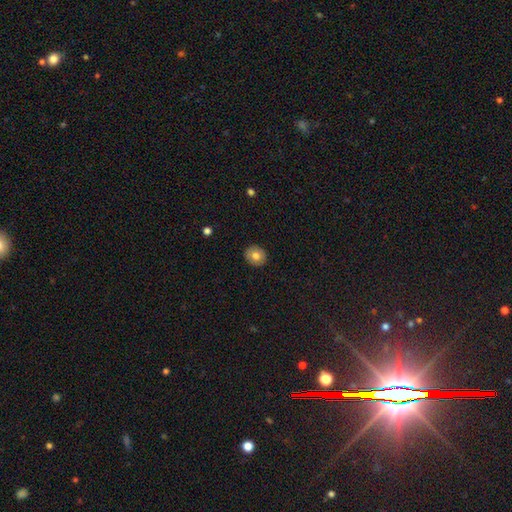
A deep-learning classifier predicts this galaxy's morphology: A smooth galaxy with no disk features (77%) that is round (83%).

Vote fractions:
- Smooth or featured? smooth: 77% / featured or disk: 15% / star or artifact: 8%
- How rounded? round: 83% / in between: 16% / cigar-shaped: 1%
- Merging? none: 91% / minor disturbance: 6% / major disturbance: 2% / merger: 1%